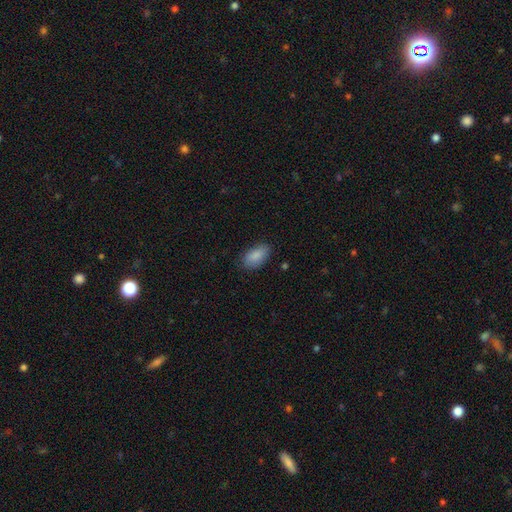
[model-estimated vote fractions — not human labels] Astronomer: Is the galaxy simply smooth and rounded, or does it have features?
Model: smooth — 88%.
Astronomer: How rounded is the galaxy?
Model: in between — 93%.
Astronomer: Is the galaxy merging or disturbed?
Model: none — 81%.